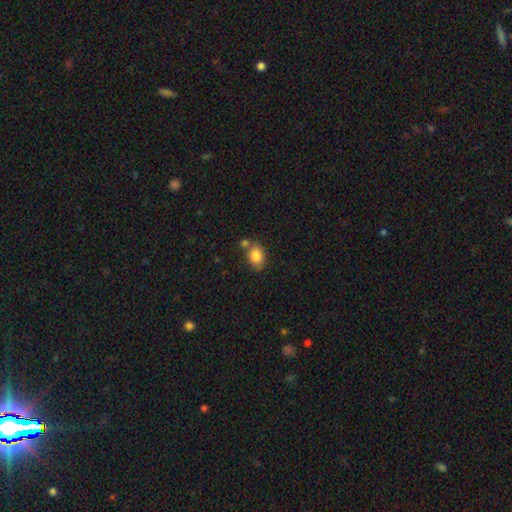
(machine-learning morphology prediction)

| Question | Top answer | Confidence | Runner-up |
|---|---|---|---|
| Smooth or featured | smooth | 85% | star or artifact (8%) |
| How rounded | in between | 74% | round (25%) |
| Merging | none | 61% | merger (20%) |